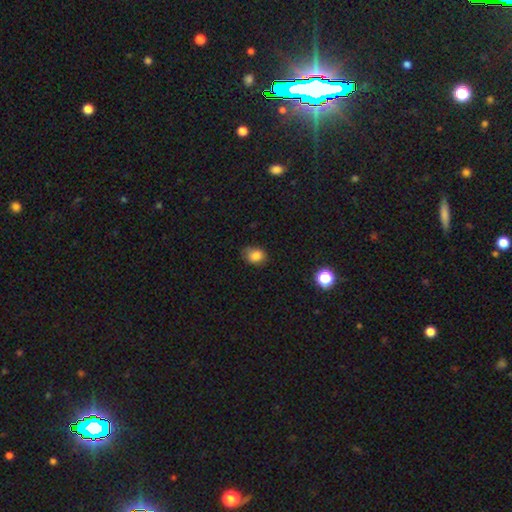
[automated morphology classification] Smooth or featured? Predicted: smooth (p=0.83). How rounded? Predicted: in between (p=0.50). Merging? Predicted: none (p=0.68).